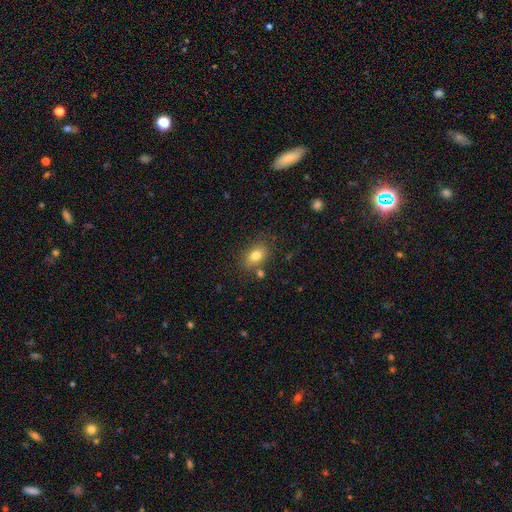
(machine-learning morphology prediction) Smooth or featured? Predicted: smooth (p=0.78). How rounded? Predicted: in between (p=0.81). Merging? Predicted: none (p=0.74).